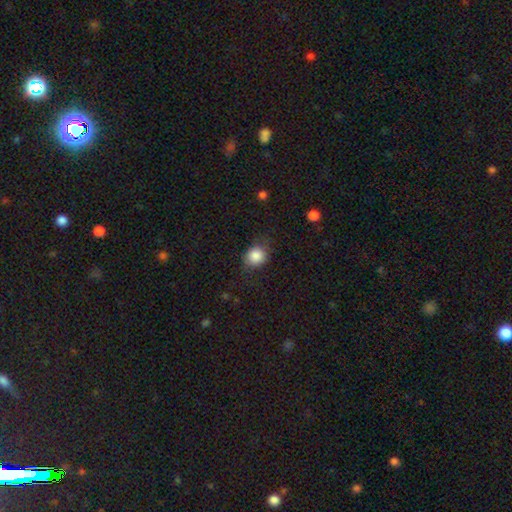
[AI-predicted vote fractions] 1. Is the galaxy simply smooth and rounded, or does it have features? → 84% smooth, 9% star or artifact, 7% featured or disk.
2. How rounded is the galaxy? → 69% round, 30% in between, 1% cigar-shaped.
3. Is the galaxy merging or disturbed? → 69% none, 22% minor disturbance, 8% major disturbance, 1% merger.